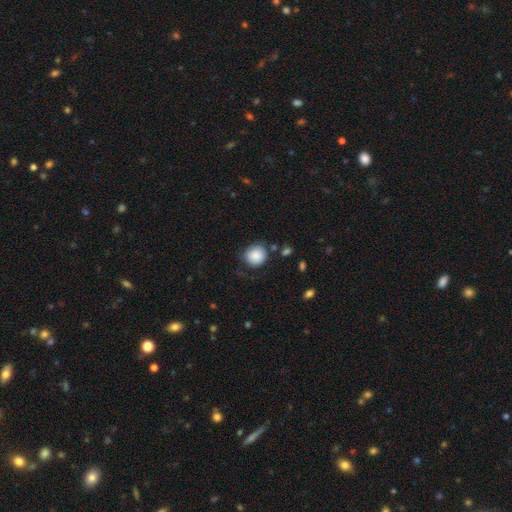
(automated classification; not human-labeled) Q: Smooth or featured?
A: smooth (86%); runner-up: star or artifact (8%)
Q: How rounded?
A: round (85%); runner-up: in between (14%)
Q: Merging?
A: none (69%); runner-up: minor disturbance (21%)